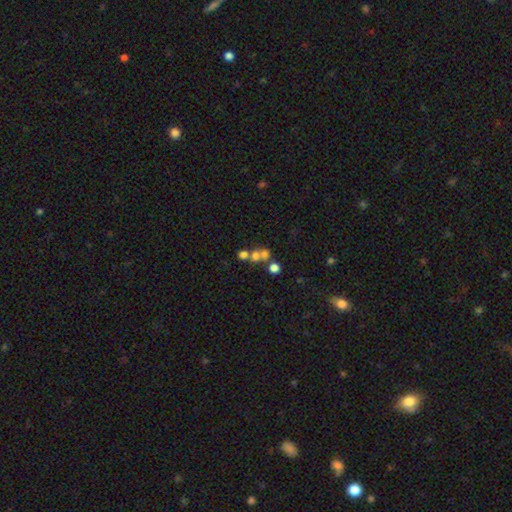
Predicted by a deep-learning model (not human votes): smooth 60%, featured or disk 20%, star or artifact 20%. Down the decision tree: how rounded — round (81%); merging — merger (50%).